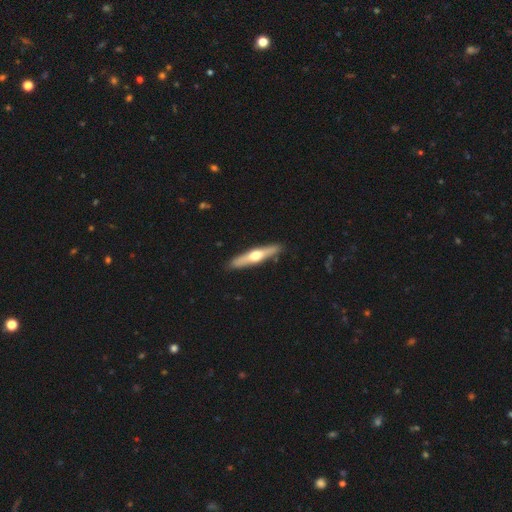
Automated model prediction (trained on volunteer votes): Smooth or featured? featured or disk (60%)
Edge-on disk? yes (93%)
Edge-on bulge? rounded (93%)
Merging? none (90%)